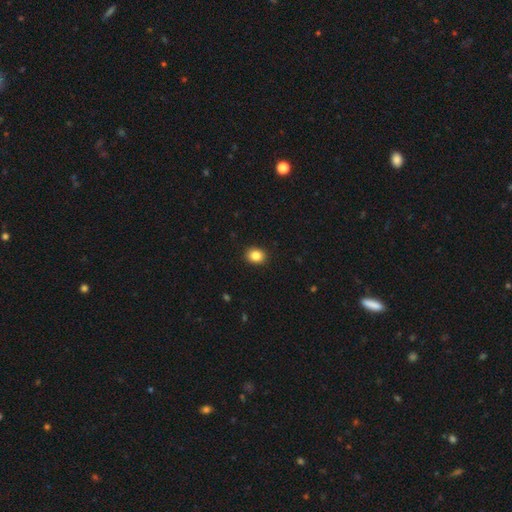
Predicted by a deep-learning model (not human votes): smooth_or_featured: smooth (p=0.86) [alt: star or artifact p=0.10]
how_rounded: round (p=0.56) [alt: in between p=0.43]
merging: none (p=0.91) [alt: minor disturbance p=0.06]